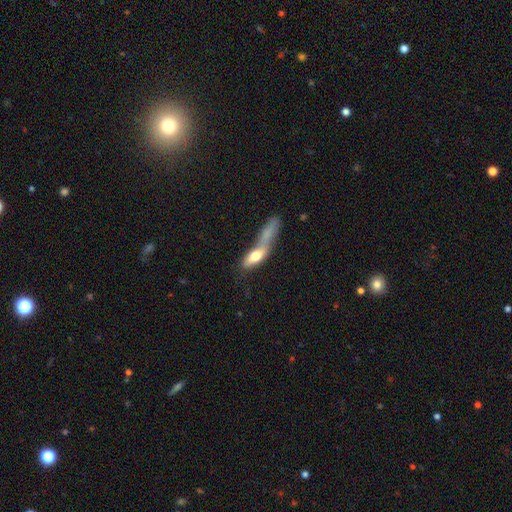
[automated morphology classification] smooth 67%, featured or disk 26%, star or artifact 7%. Down the decision tree: how rounded — in between (53%); merging — merger (54%).